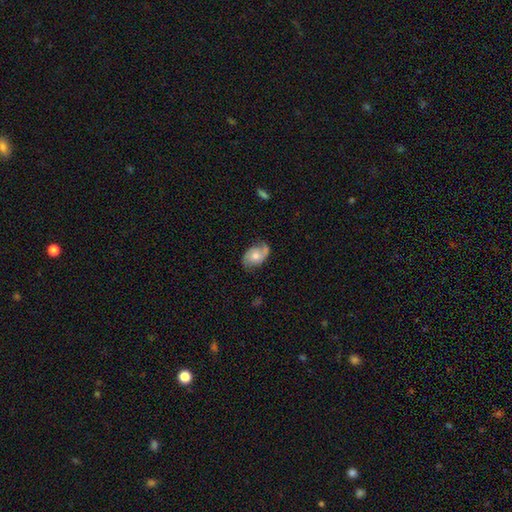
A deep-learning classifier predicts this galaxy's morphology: smooth-or-featured: featured or disk: 59% | smooth: 34% | star or artifact: 7%
  disk-edge-on: no: 96% | yes: 4%
    bar: no: 74% | weak: 23% | strong: 4%
    has-spiral-arms: yes: 87% | no: 13%
    bulge-size: moderate: 62% | small: 24% | large: 9% | none: 3% | dominant: 1%
  merging: none: 65% | minor disturbance: 24% | major disturbance: 8% | merger: 2%